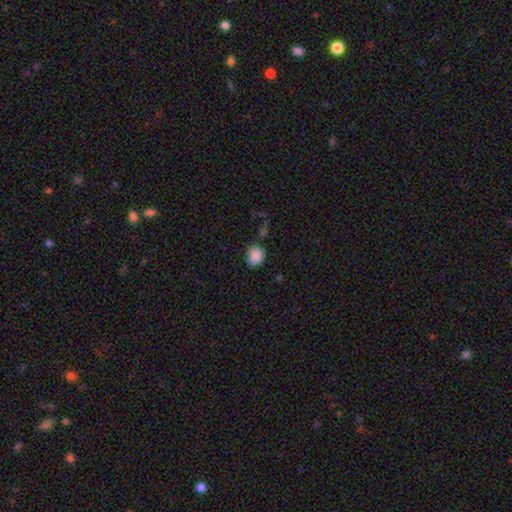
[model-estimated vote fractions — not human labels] Smooth or featured?
  - smooth: 87% *
  - star or artifact: 8%
  - featured or disk: 5%
How rounded?
  - in between: 50% *
  - round: 49%
  - cigar-shaped: 1%
Merging?
  - none: 77% *
  - minor disturbance: 17%
  - merger: 3%
  - major disturbance: 3%